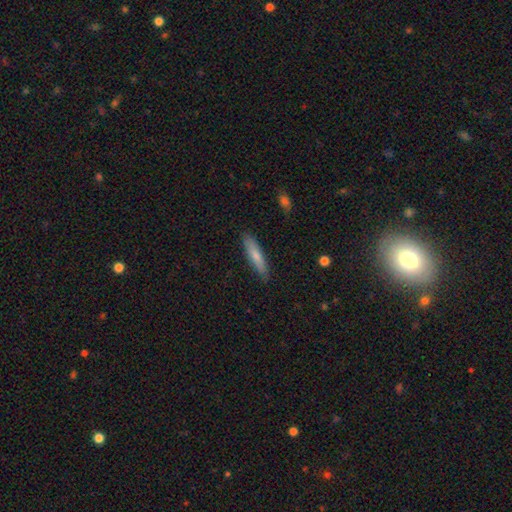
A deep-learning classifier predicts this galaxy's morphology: Smooth or featured? Predicted: smooth (p=0.73). How rounded? Predicted: cigar-shaped (p=0.82). Merging? Predicted: none (p=0.87).